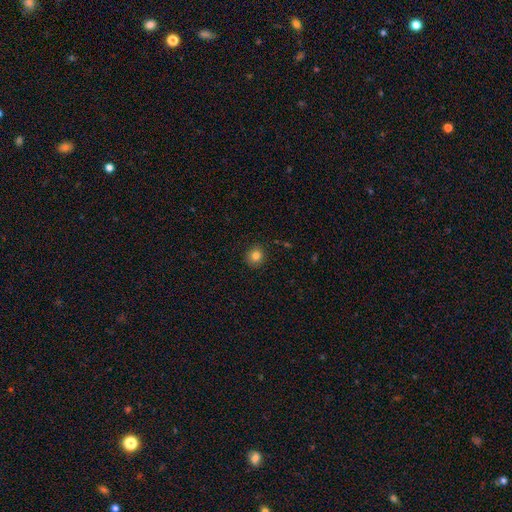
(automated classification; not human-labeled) Smooth or featured: smooth — 83% (star or artifact — 12%)
How rounded: round — 87% (in between — 12%)
Merging: none — 90% (minor disturbance — 7%)